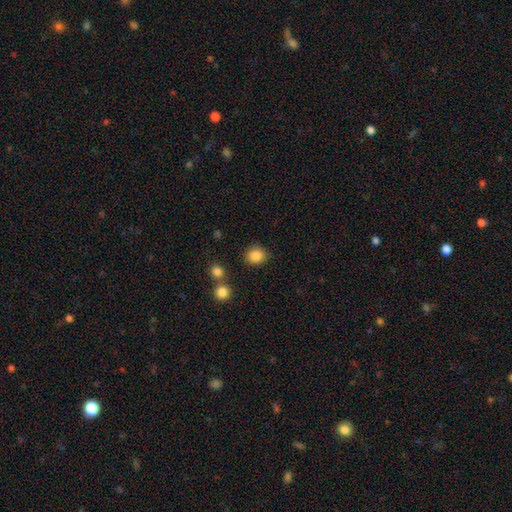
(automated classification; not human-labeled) A smooth galaxy with no disk features (86%) that is round (80%). Merging: none (85%).